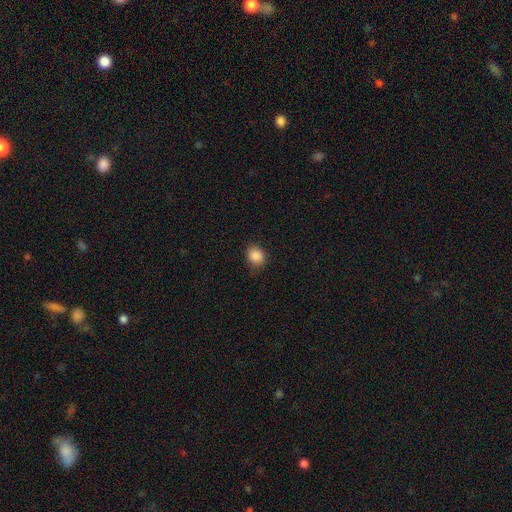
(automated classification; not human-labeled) Smooth or featured? smooth (88%)
How rounded? round (66%)
Merging? none (81%)